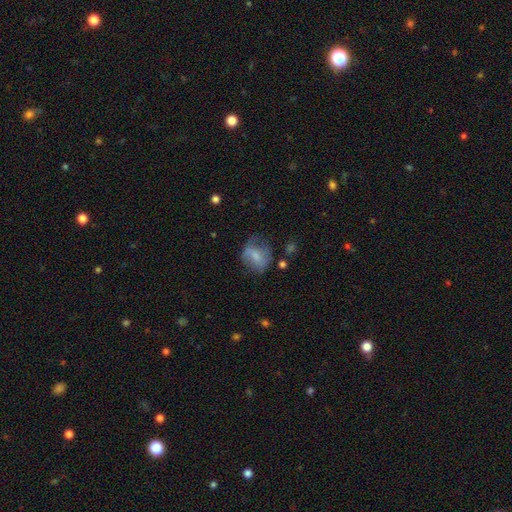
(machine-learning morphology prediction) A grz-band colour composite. It shows a smooth galaxy with no disk features (55%) that is round (50%). Merging: none (46%).